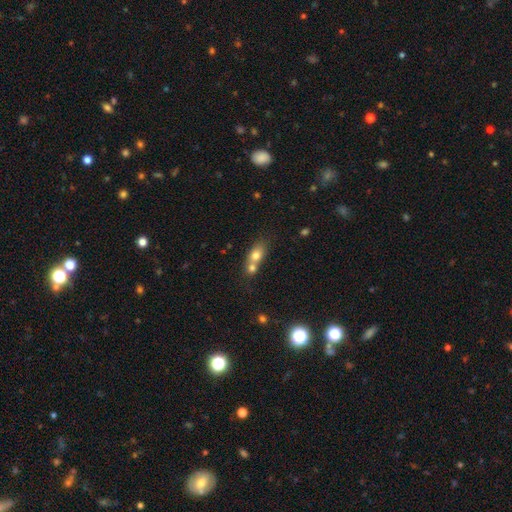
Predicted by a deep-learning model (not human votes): smooth 72%, featured or disk 18%, star or artifact 10%. Down the decision tree: how rounded — in between (65%); merging — merger (63%).